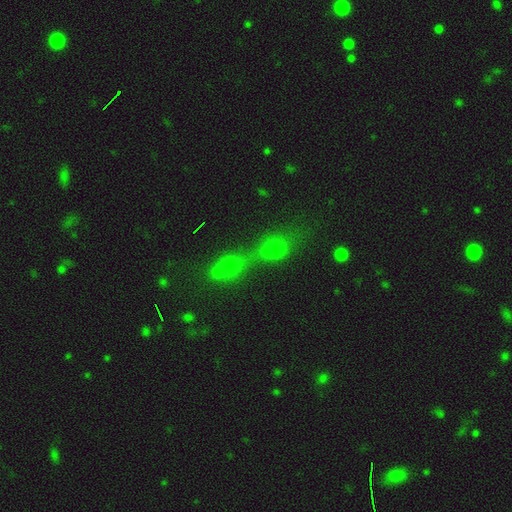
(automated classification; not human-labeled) smooth_or_featured: smooth (p=0.43) [alt: star or artifact p=0.40]
merging: merger (p=0.45) [alt: none p=0.39]